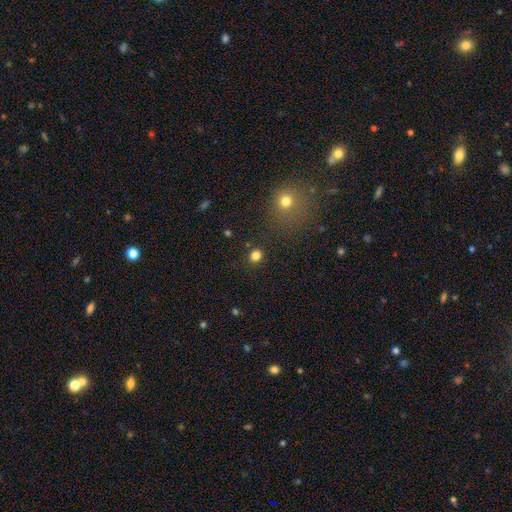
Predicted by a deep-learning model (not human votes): Overall: smooth (80%). How rounded: round (86%). Merging: none (88%).